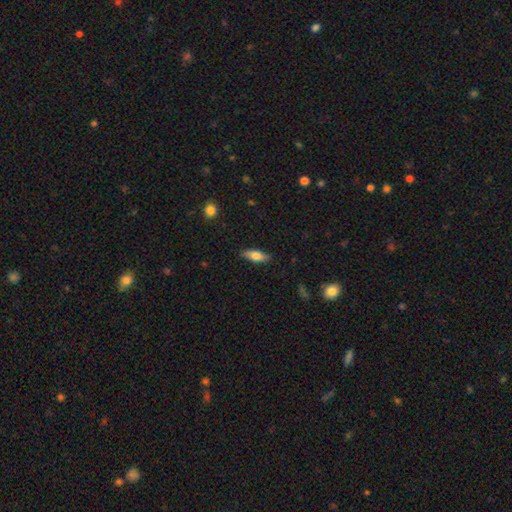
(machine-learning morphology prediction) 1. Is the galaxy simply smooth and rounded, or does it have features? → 73% smooth, 21% featured or disk, 6% star or artifact.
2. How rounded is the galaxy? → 65% in between, 32% cigar-shaped, 2% round.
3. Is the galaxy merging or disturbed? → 85% none, 12% minor disturbance, 2% major disturbance, 1% merger.